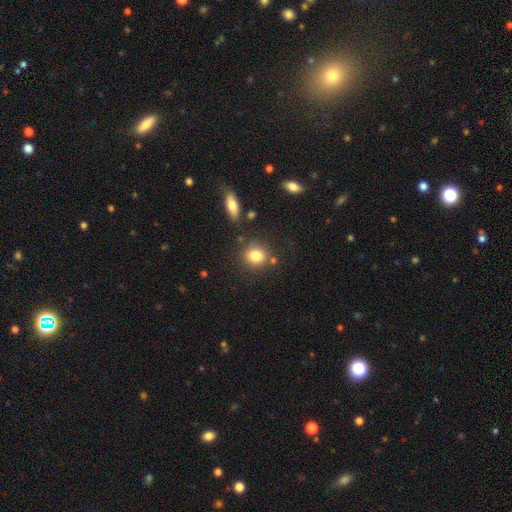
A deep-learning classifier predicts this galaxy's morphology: type=smooth (82%); roundness=round (77%); merging=none (78%).